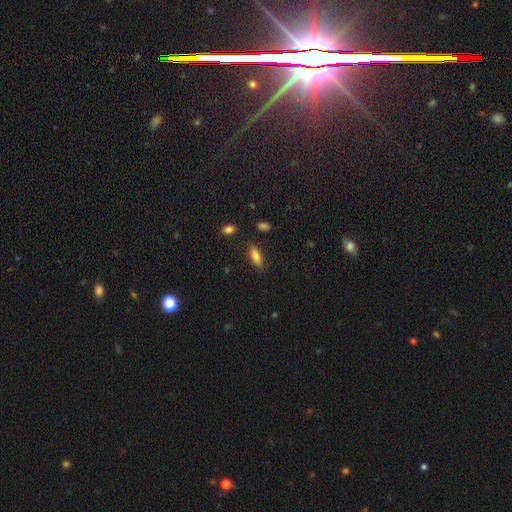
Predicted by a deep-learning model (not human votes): smooth 80%, featured or disk 11%, star or artifact 9%. Down the decision tree: how rounded — in between (73%); merging — none (80%).